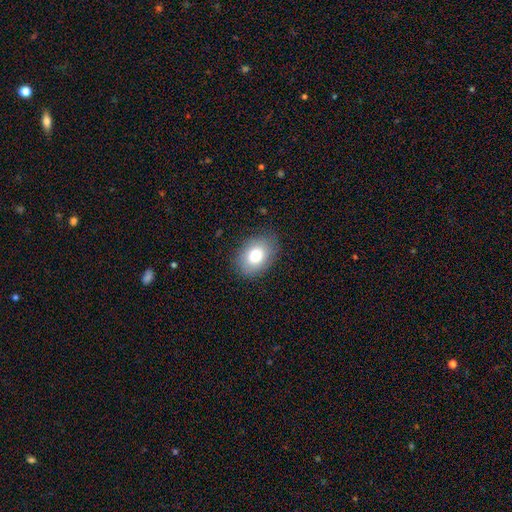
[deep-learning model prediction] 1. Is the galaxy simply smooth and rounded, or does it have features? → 78% smooth, 13% featured or disk, 9% star or artifact.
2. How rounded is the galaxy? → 73% in between, 26% round, 1% cigar-shaped.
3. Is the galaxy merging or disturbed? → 83% none, 13% minor disturbance, 4% major disturbance, 1% merger.